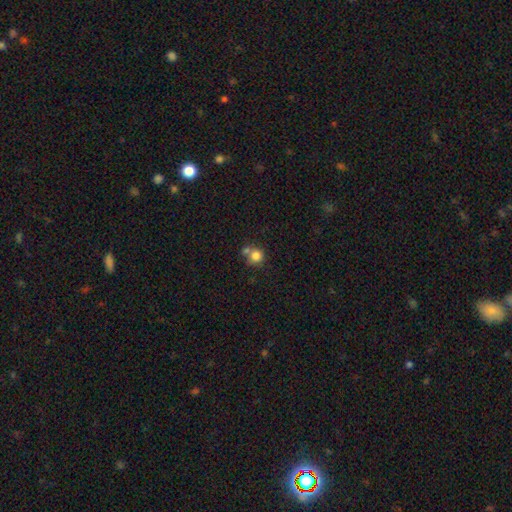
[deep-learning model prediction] Smooth or featured? Predicted: smooth (p=0.80). How rounded? Predicted: round (p=0.87). Merging? Predicted: none (p=0.51).